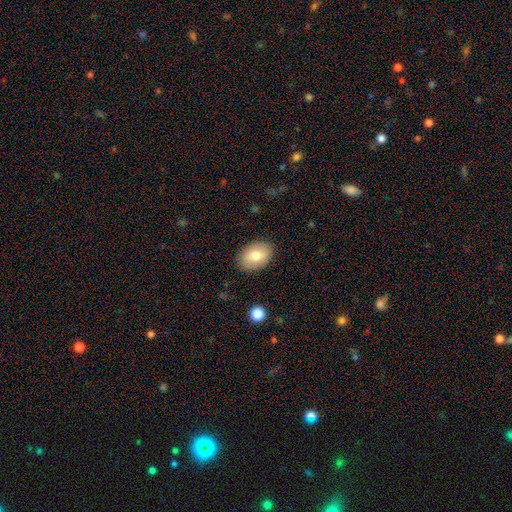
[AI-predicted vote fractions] Smooth or featured? Predicted: smooth (p=0.75). How rounded? Predicted: in between (p=0.82). Merging? Predicted: none (p=0.86).